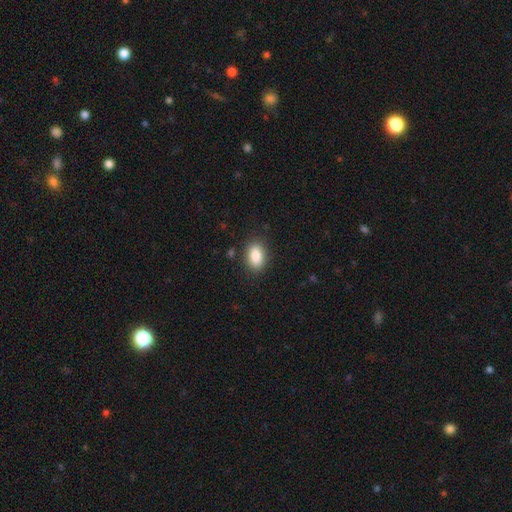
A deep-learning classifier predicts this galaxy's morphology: Smooth or featured? smooth (88%)
How rounded? in between (89%)
Merging? none (86%)